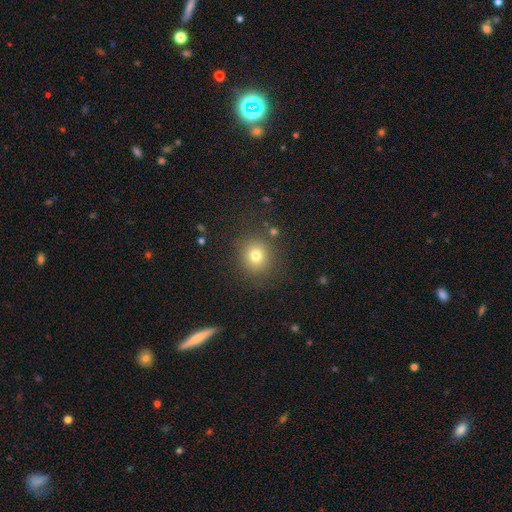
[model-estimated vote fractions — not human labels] Smooth or featured: smooth — 76% (star or artifact — 14%)
How rounded: round — 85% (in between — 14%)
Merging: none — 85% (minor disturbance — 9%)